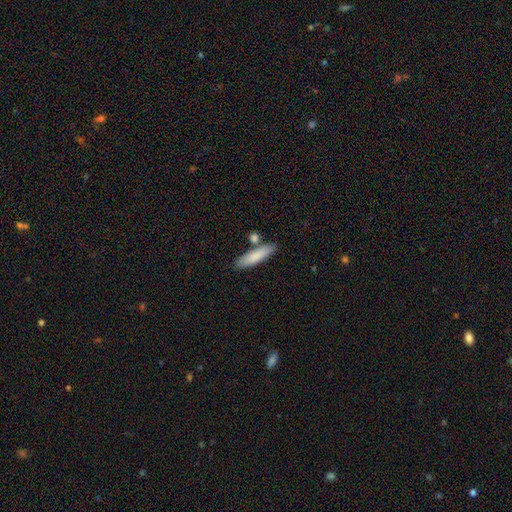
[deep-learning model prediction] Morphology: type=smooth (83%); roundness=cigar-shaped (72%); merging=none (76%).